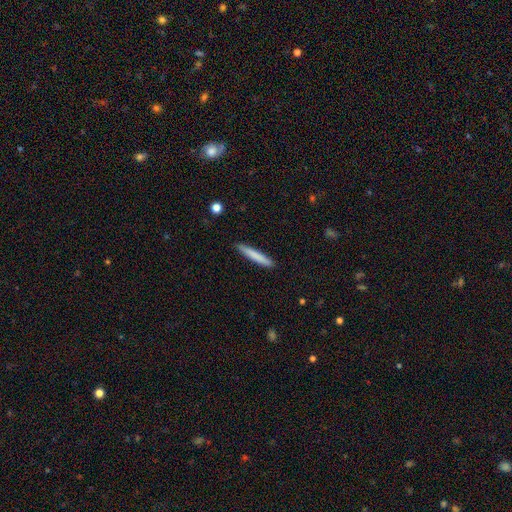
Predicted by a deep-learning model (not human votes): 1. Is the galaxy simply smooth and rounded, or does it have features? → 76% smooth, 18% featured or disk, 6% star or artifact.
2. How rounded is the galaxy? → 95% cigar-shaped, 4% in between, 1% round.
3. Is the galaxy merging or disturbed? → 88% none, 9% minor disturbance, 2% major disturbance, 1% merger.